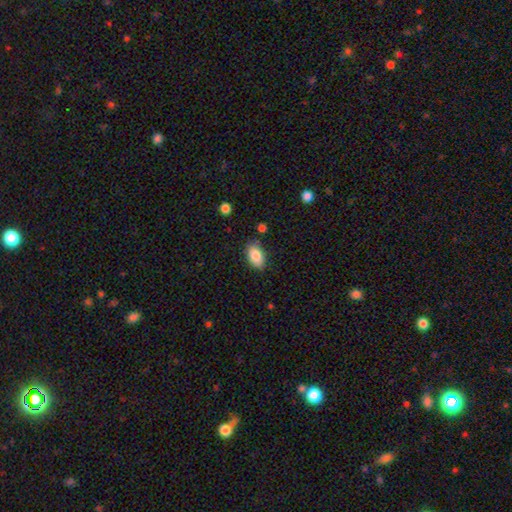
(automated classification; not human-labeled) Q: Smooth or featured?
A: smooth (86%); runner-up: featured or disk (7%)
Q: How rounded?
A: in between (92%); runner-up: round (6%)
Q: Merging?
A: none (82%); runner-up: minor disturbance (12%)